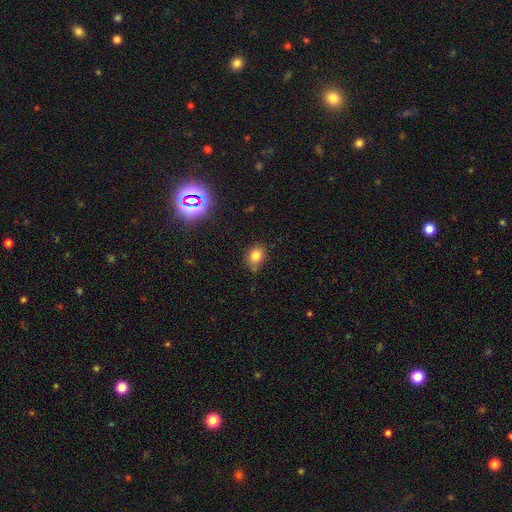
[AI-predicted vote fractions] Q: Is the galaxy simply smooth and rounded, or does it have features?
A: smooth — 80%.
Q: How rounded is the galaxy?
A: round — 49%, tied with in between.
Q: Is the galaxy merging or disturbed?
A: none — 67%.